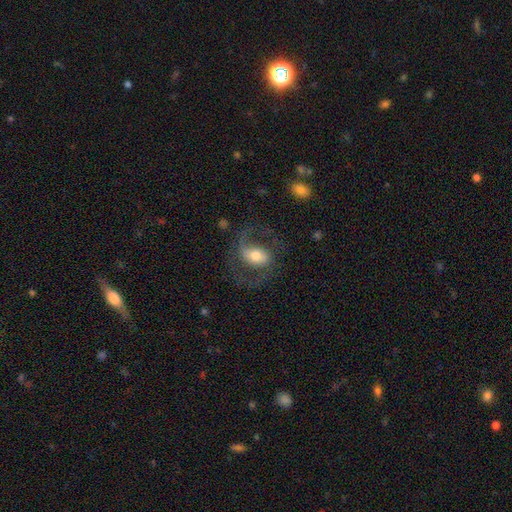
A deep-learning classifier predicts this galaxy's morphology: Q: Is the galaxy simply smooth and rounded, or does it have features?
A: featured or disk — 75%.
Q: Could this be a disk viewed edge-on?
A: no — 97%.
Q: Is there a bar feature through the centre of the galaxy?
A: weak — 42%.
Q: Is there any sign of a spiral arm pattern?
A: yes — 92%.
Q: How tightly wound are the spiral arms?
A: medium — 53%.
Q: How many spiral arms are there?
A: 2 — 85%.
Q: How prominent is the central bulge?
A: moderate — 61%.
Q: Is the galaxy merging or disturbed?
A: none — 66%.